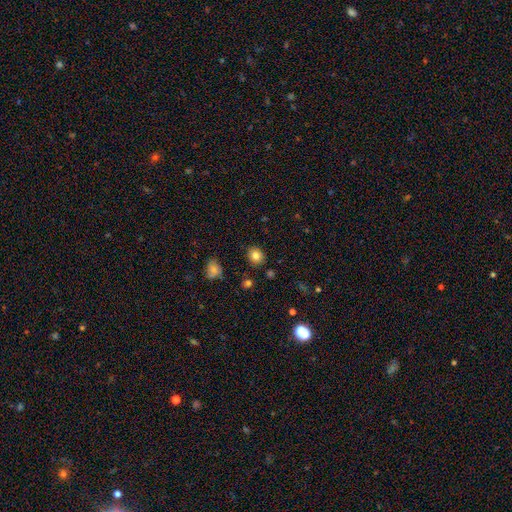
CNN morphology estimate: This is clearly a smooth galaxy (82%). How rounded: likely round (70%). Merging: clearly none (87%).